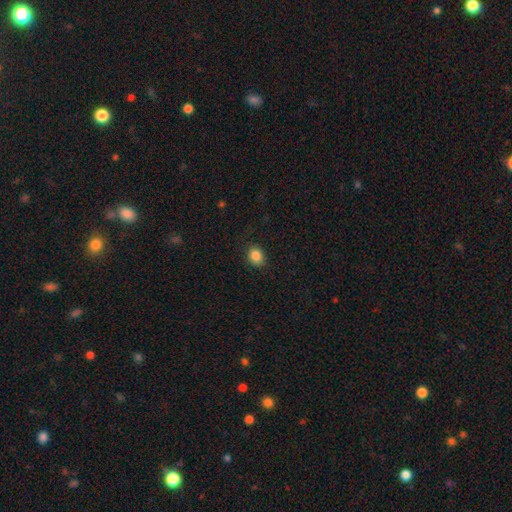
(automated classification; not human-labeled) A smooth galaxy with no disk features (86%) that is round (57%).

Vote fractions:
- Smooth or featured? smooth: 86% / star or artifact: 10% / featured or disk: 4%
- How rounded? round: 57% / in between: 42% / cigar-shaped: 1%
- Merging? none: 87% / minor disturbance: 10% / major disturbance: 3% / merger: 1%